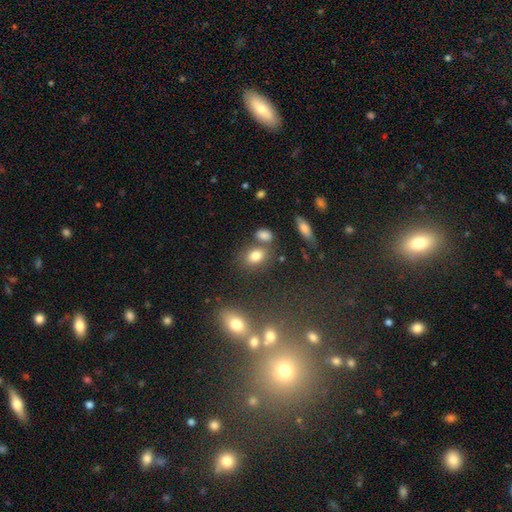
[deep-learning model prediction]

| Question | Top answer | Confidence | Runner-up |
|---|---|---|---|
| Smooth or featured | smooth | 79% | star or artifact (11%) |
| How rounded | in between | 76% | round (22%) |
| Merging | none | 65% | merger (16%) |